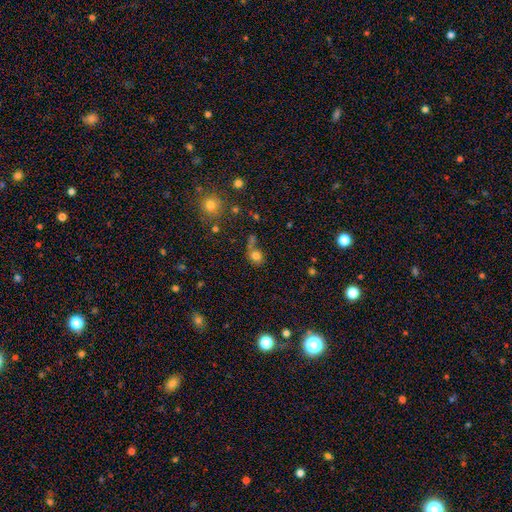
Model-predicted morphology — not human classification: Smooth or featured: smooth — 77% (star or artifact — 14%)
How rounded: round — 66% (in between — 33%)
Merging: none — 47% (merger — 28%)